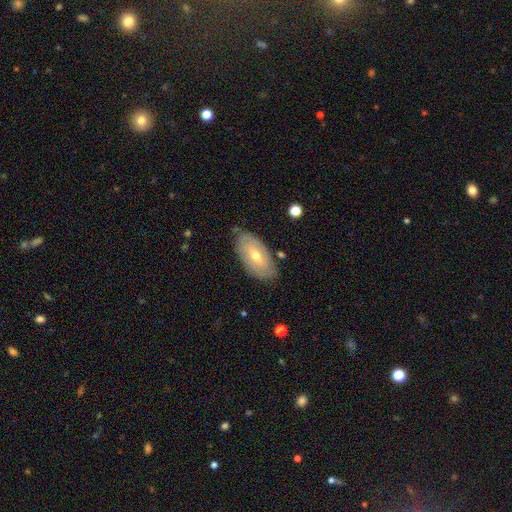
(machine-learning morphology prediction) Smooth or featured?
  - featured or disk: 58% *
  - smooth: 35%
  - star or artifact: 6%
Edge-on disk?
  - no: 89% *
  - yes: 11%
Bar?
  - weak: 45% *
  - no: 39%
  - strong: 16%
Spiral arms?
  - yes: 58% *
  - no: 42%
Bulge size?
  - moderate: 55% *
  - small: 42%
  - large: 2%
  - none: 1%
  - dominant: 1%
Merging?
  - none: 78% *
  - minor disturbance: 16%
  - major disturbance: 3%
  - merger: 2%